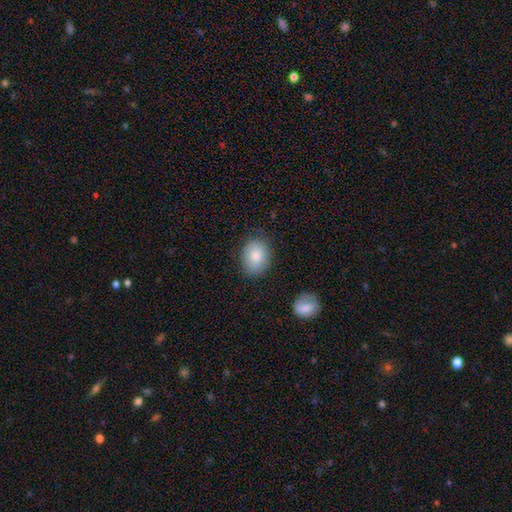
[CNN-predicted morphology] Smooth or featured? Predicted: smooth (p=0.82). How rounded? Predicted: in between (p=0.64). Merging? Predicted: none (p=0.78).